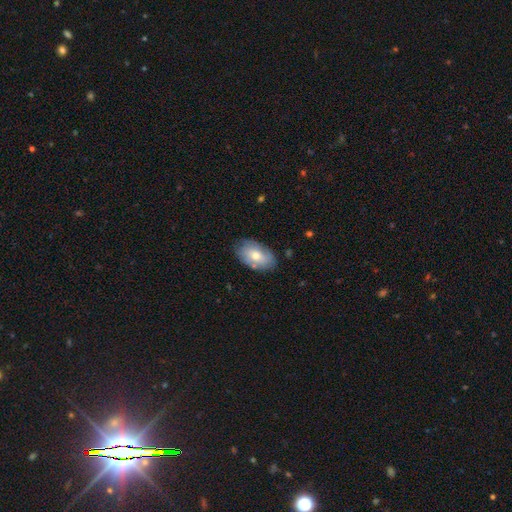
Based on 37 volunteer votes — smooth_or_featured: smooth (p=0.59) [alt: featured or disk p=0.41]
how_rounded: in between (p=0.95) [alt: round p=0.05]
merging: none (p=0.95) [alt: minor disturbance p=0.03]